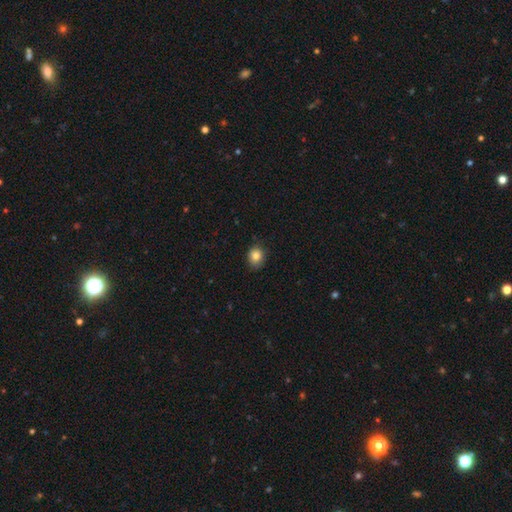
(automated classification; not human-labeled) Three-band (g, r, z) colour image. It shows a smooth galaxy with no disk features (84%) that is round (64%). Merging: none (83%).